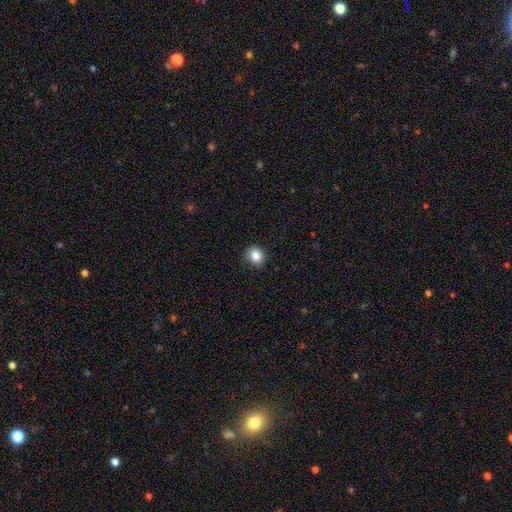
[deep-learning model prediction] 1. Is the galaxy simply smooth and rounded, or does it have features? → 85% smooth, 10% star or artifact, 5% featured or disk.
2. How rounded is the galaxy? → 72% round, 27% in between, 1% cigar-shaped.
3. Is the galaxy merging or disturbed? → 86% none, 11% minor disturbance, 2% major disturbance, 1% merger.